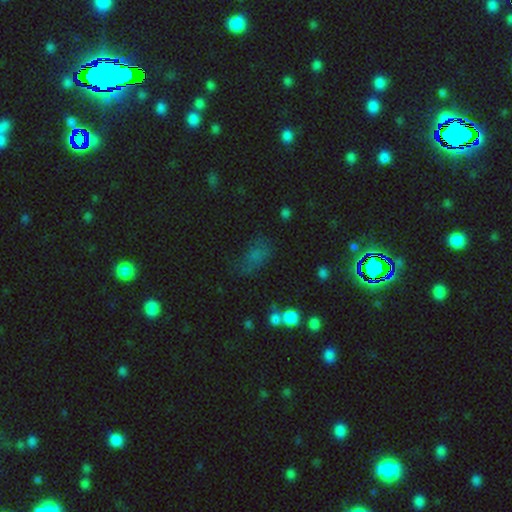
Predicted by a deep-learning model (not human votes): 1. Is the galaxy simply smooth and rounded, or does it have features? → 61% smooth, 26% star or artifact, 13% featured or disk.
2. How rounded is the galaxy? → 81% in between, 14% round, 5% cigar-shaped.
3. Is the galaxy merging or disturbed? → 49% none, 26% minor disturbance, 19% major disturbance, 6% merger.